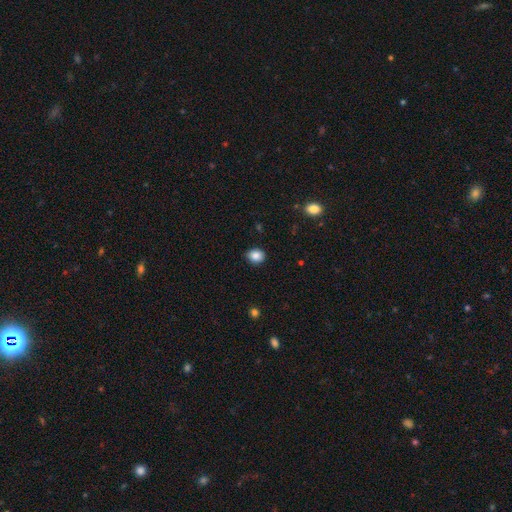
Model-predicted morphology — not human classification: smooth 86%, star or artifact 9%, featured or disk 4%. Down the decision tree: how rounded — round (63%); merging — none (87%).